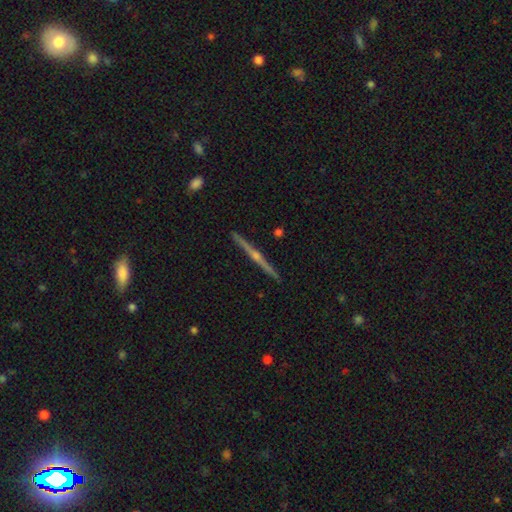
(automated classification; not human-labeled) featured or disk 85%, smooth 10%, star or artifact 5%. Down the decision tree: edge-on disk — yes (99%); edge-on bulge — rounded (90%); merging — none (93%).